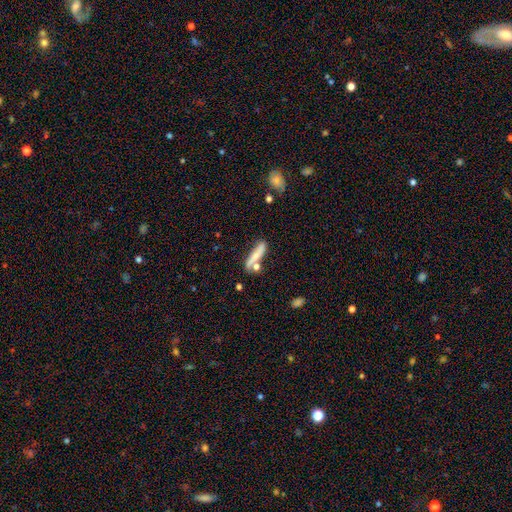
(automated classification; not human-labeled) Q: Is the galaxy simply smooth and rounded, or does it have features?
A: smooth — 59%.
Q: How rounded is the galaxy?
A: cigar-shaped — 78%.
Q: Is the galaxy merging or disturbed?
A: none — 57%.